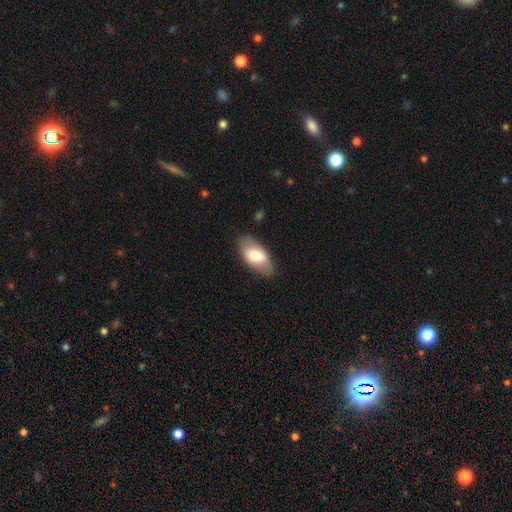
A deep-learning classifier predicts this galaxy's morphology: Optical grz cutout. It shows a smooth galaxy with no disk features (71%) that is in between round and cigar-shaped (93%). Merging: none (80%).